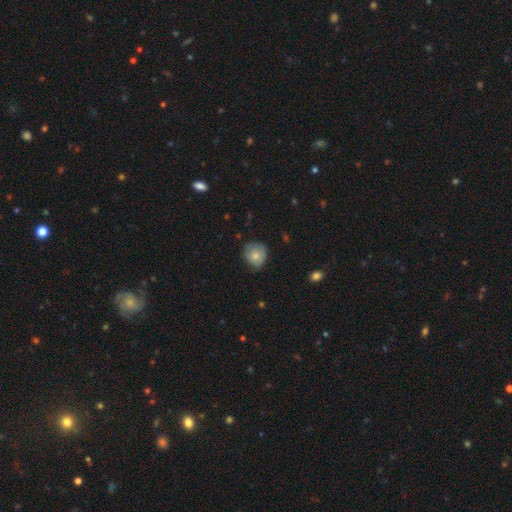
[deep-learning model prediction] Smooth or featured? smooth (74%)
How rounded? round (81%)
Merging? none (67%)